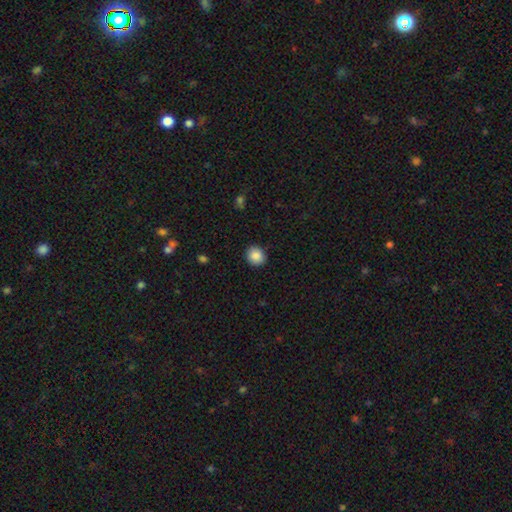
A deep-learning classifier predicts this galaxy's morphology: A smooth galaxy with no disk features (88%) that is round (79%). Merging: none (89%).